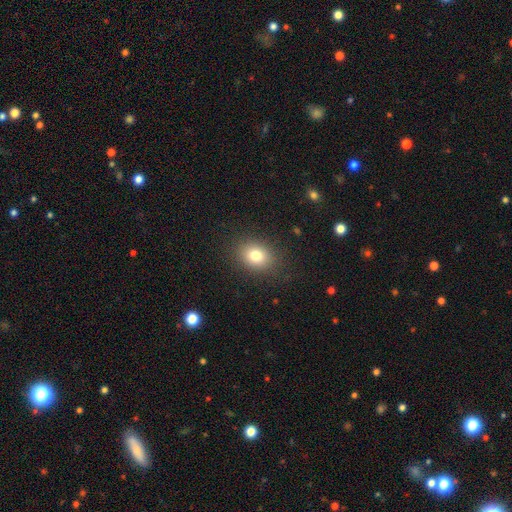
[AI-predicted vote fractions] Smooth or featured? smooth (78%)
How rounded? in between (54%)
Merging? none (87%)